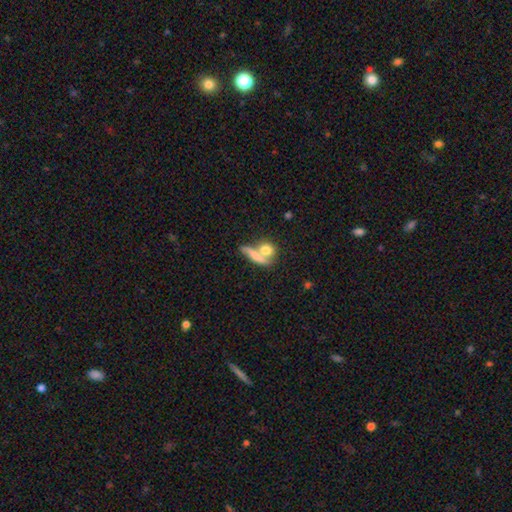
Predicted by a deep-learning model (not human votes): Smooth or featured: smooth — 66% (featured or disk — 25%)
How rounded: cigar-shaped — 43% (in between — 30%)
Merging: merger — 44% (none — 38%)